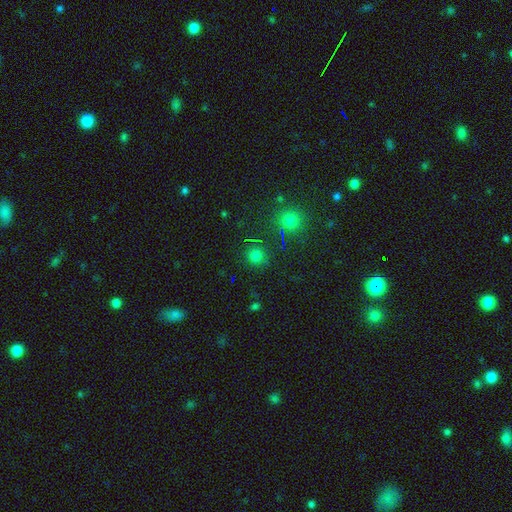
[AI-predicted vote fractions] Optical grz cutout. It shows a smooth galaxy with no disk features (69%) that is round (92%). Merging: none (88%).